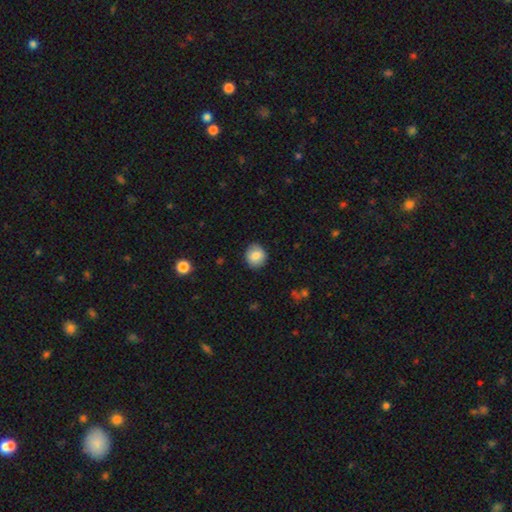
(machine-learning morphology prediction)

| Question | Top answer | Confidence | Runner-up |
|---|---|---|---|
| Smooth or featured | smooth | 85% | star or artifact (8%) |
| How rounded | round | 78% | in between (21%) |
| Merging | none | 87% | minor disturbance (10%) |